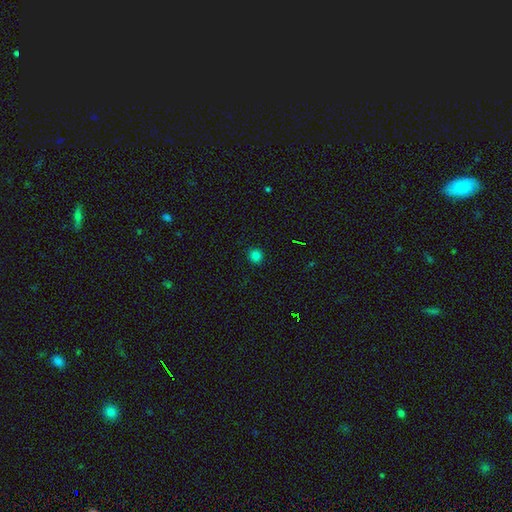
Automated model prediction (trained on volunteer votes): Smooth or featured?
  - smooth: 80% *
  - star or artifact: 15%
  - featured or disk: 4%
How rounded?
  - round: 93% *
  - in between: 6%
  - cigar-shaped: 1%
Merging?
  - none: 92% *
  - minor disturbance: 6%
  - major disturbance: 2%
  - merger: 1%